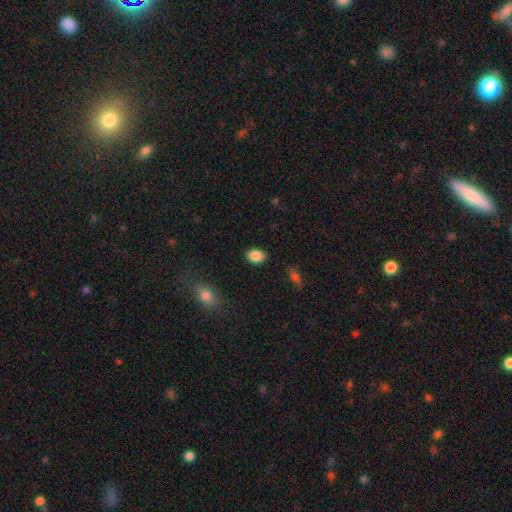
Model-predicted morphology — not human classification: Q: Smooth or featured?
A: smooth (87%); runner-up: star or artifact (8%)
Q: How rounded?
A: in between (80%); runner-up: round (19%)
Q: Merging?
A: none (87%); runner-up: minor disturbance (9%)